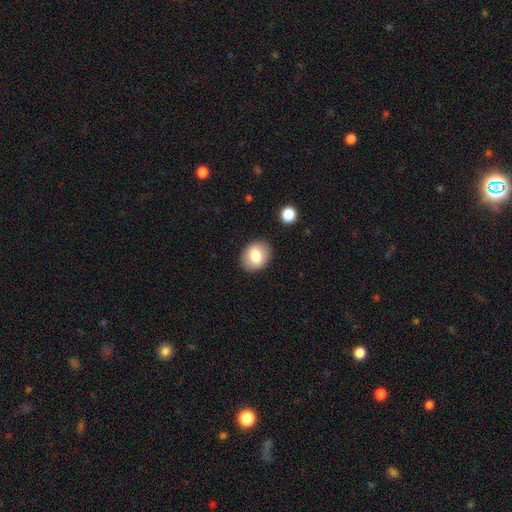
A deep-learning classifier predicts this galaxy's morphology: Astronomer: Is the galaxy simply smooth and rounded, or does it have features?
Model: smooth — 78%.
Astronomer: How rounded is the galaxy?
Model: round — 50% (runner-up: in between, 49%).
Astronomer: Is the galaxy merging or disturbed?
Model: none — 88%.